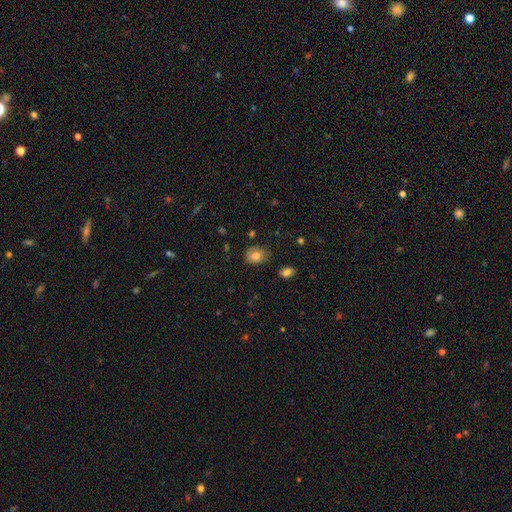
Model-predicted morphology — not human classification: smooth-or-featured: smooth: 80% | featured or disk: 11% | star or artifact: 9%
  how-rounded: in between: 53% | round: 47% | cigar-shaped: 1%
  merging: none: 71% | minor disturbance: 22% | major disturbance: 4% | merger: 2%